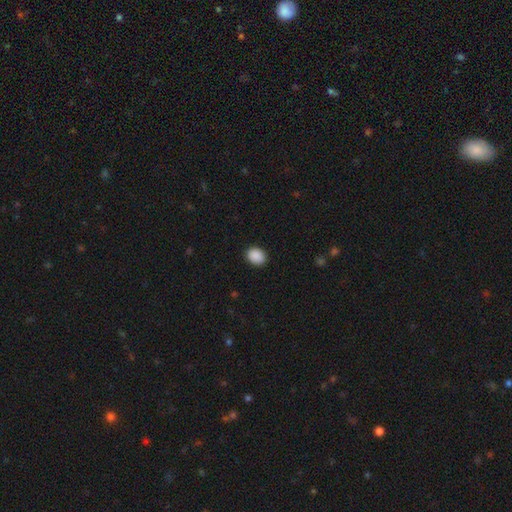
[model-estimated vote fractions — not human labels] Smooth or featured?
  - smooth: 90% *
  - star or artifact: 8%
  - featured or disk: 2%
How rounded?
  - in between: 53% *
  - round: 46%
  - cigar-shaped: 1%
Merging?
  - none: 90% *
  - minor disturbance: 7%
  - major disturbance: 2%
  - merger: 1%